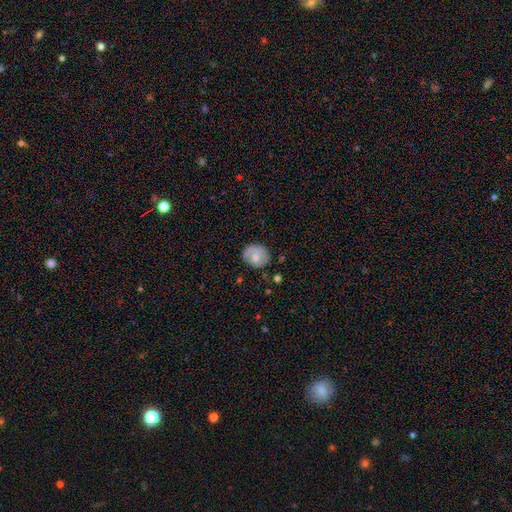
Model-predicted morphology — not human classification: This is possibly a smooth galaxy (55%). How rounded: likely round (76%). Merging: likely none (71%).